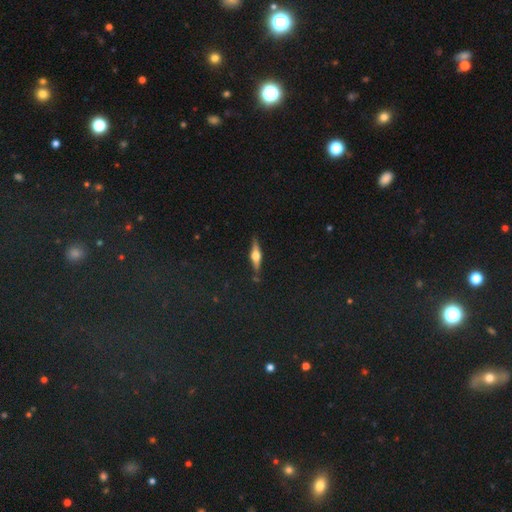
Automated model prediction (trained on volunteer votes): Smooth or featured? Predicted: featured or disk (p=0.69). Edge-on disk? Predicted: yes (p=0.97). Edge-on bulge? Predicted: rounded (p=0.93). Merging? Predicted: none (p=0.87).